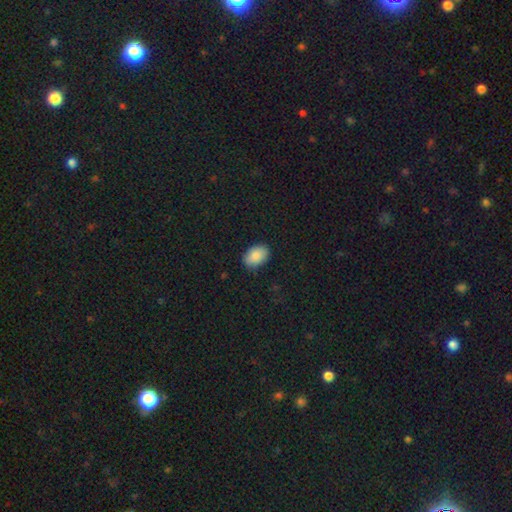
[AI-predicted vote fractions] Morphology: type=smooth (87%); roundness=in between (86%); merging=none (86%).